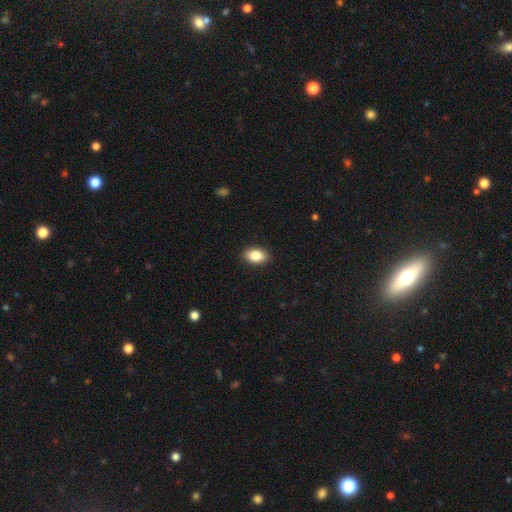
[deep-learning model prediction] This appears to be a smooth galaxy with no disk features (87%) that is in between round and cigar-shaped (88%). Merging: none (90%).